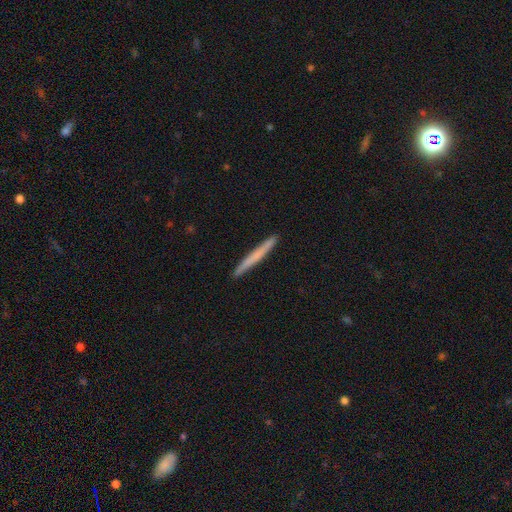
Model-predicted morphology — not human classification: This appears to be a smooth galaxy with no disk features (61%) that is cigar-shaped (97%). Merging: none (92%).